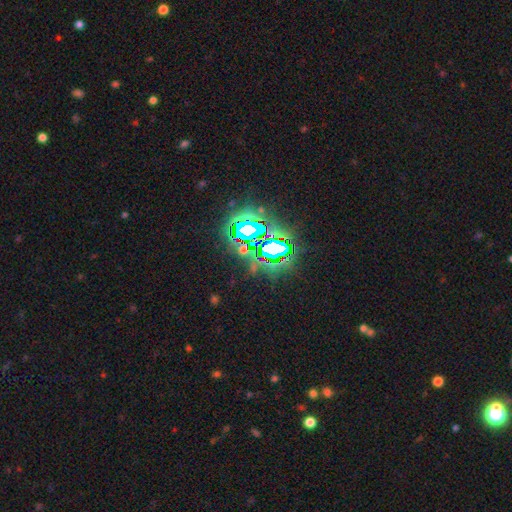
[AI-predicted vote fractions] Smooth or featured?
  - star or artifact: 82% *
  - smooth: 11%
  - featured or disk: 7%